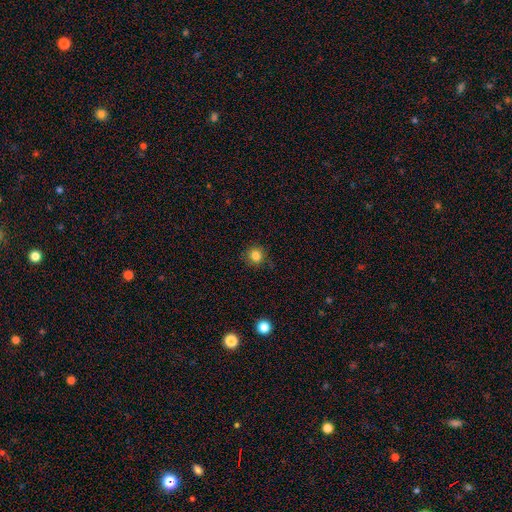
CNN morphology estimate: The model was most divided on "smooth or featured": smooth: 83%, star or artifact: 12%, featured or disk: 5%. More confident: how rounded — round (91%); merging — none (87%).